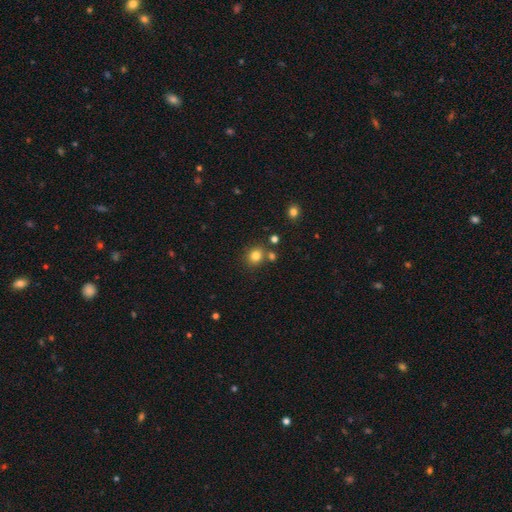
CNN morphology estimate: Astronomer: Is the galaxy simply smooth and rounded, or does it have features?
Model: smooth — 81%.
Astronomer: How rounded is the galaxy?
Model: round — 81%.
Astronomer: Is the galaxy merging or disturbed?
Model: none — 75%.